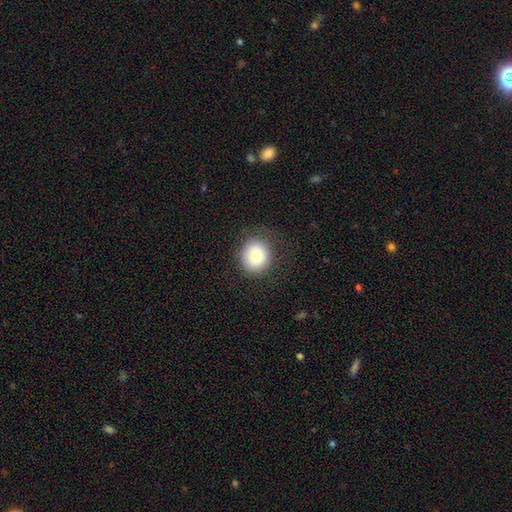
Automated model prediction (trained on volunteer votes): This appears to be a smooth galaxy with no disk features (79%) that is round (84%). Merging: none (82%).